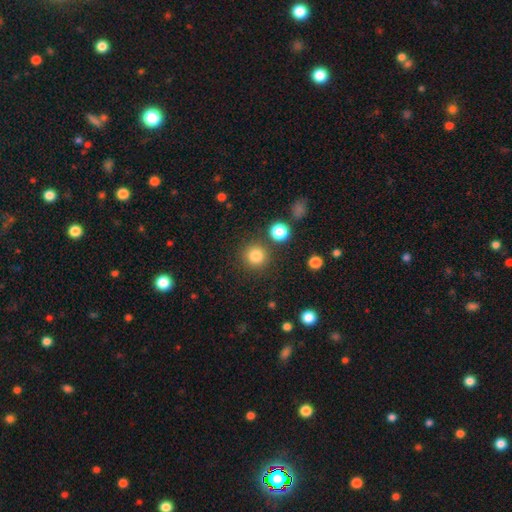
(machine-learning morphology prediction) Smooth or featured: smooth — 83% (star or artifact — 12%)
How rounded: round — 94% (in between — 5%)
Merging: none — 85% (minor disturbance — 7%)